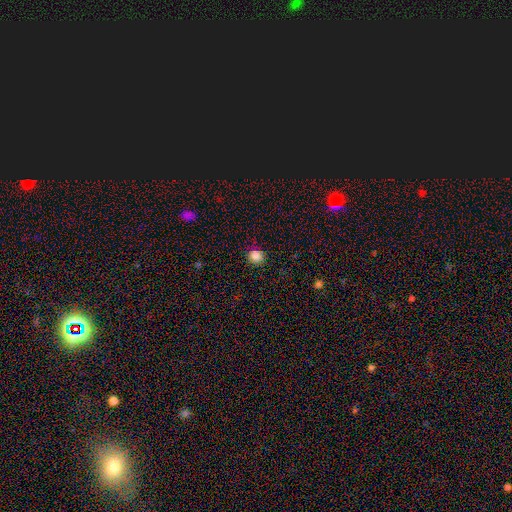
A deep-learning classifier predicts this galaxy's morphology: The model was most divided on "smooth or featured": smooth: 85%, star or artifact: 11%, featured or disk: 4%. More confident: merging — none (90%); how rounded — round (88%).